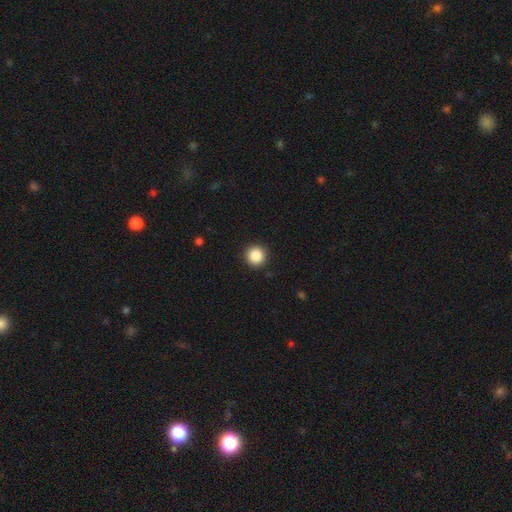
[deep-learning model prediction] This appears to be a smooth galaxy with no disk features (87%) that is round (96%). Merging: none (92%).